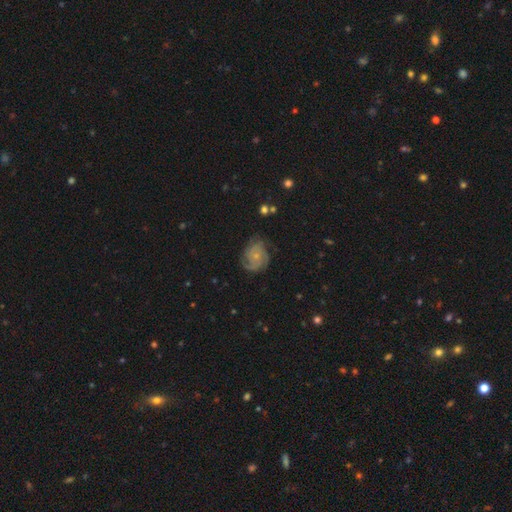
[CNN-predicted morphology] Smooth or featured? Predicted: featured or disk (p=0.82). Edge-on disk? Predicted: no (p=0.98). Bar? Predicted: no (p=0.79). Spiral arms? Predicted: yes (p=0.97). Spiral winding? Predicted: tight (p=0.55). Spiral arm count? Predicted: 3 (p=0.43). Bulge size? Predicted: small (p=0.72). Merging? Predicted: none (p=0.72).